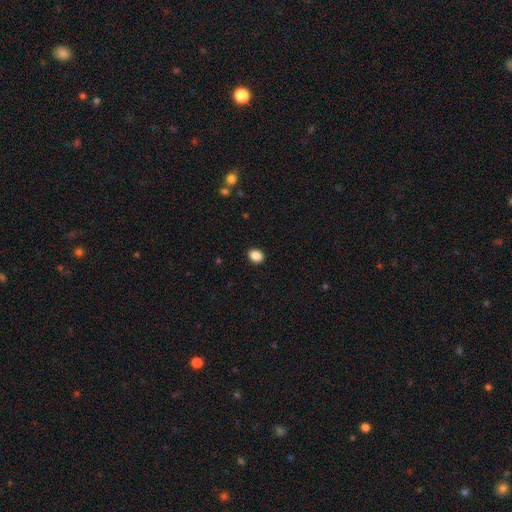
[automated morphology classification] This is clearly a smooth galaxy (88%). How rounded: possibly in between (56%). Merging: clearly none (91%).